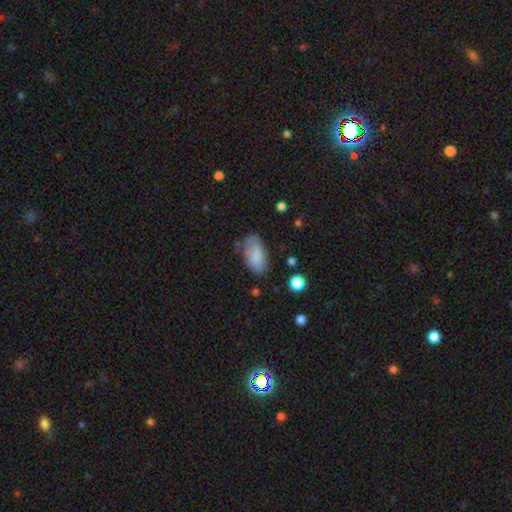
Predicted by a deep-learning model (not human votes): Smooth or featured: smooth — 81% (featured or disk — 11%)
How rounded: in between — 93% (cigar-shaped — 3%)
Merging: none — 61% (minor disturbance — 26%)